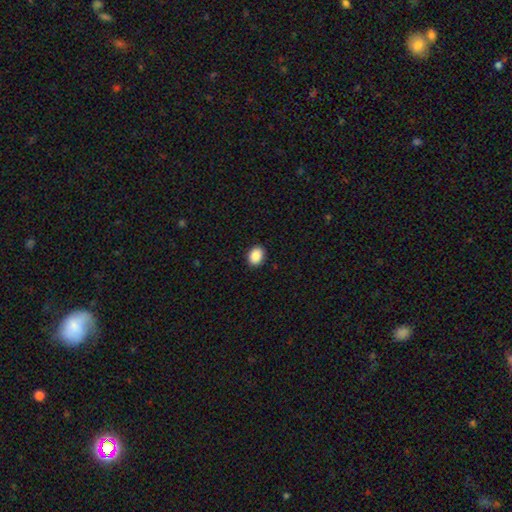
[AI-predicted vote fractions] smooth_or_featured: smooth (p=0.89) [alt: star or artifact p=0.08]
how_rounded: in between (p=0.57) [alt: round p=0.42]
merging: none (p=0.91) [alt: minor disturbance p=0.06]